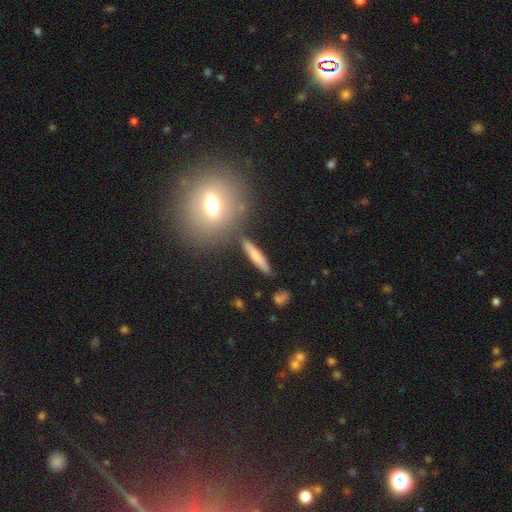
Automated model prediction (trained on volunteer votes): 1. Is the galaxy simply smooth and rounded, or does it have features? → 66% smooth, 26% featured or disk, 7% star or artifact.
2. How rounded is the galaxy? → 87% cigar-shaped, 10% in between, 3% round.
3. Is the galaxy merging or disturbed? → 79% none, 10% minor disturbance, 7% merger, 3% major disturbance.